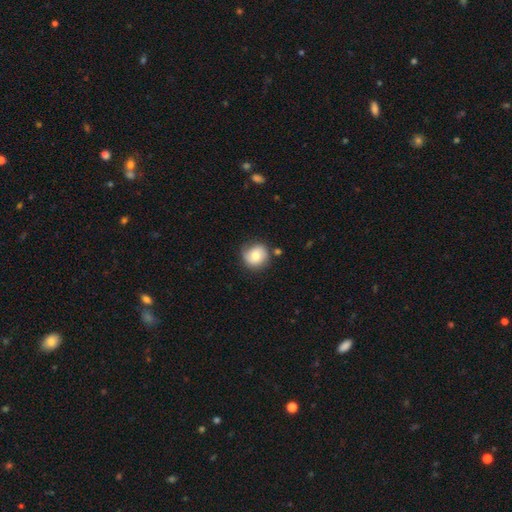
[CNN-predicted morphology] Q: Smooth or featured?
A: smooth (66%); runner-up: featured or disk (26%)
Q: How rounded?
A: round (87%); runner-up: in between (12%)
Q: Merging?
A: none (73%); runner-up: minor disturbance (19%)